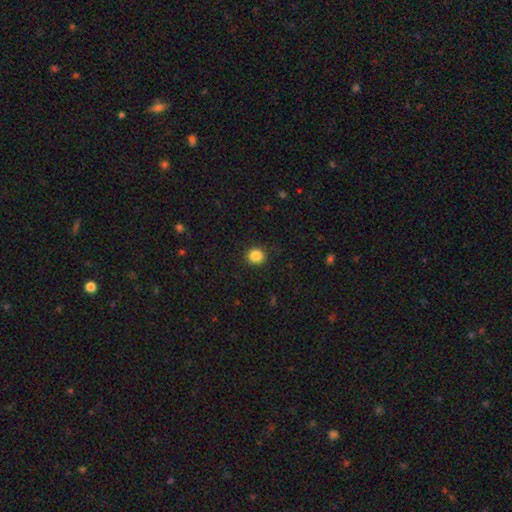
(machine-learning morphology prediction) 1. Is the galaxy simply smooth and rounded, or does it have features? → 86% smooth, 10% star or artifact, 4% featured or disk.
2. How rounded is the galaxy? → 84% round, 15% in between, 1% cigar-shaped.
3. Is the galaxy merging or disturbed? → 91% none, 6% minor disturbance, 2% major disturbance, 1% merger.